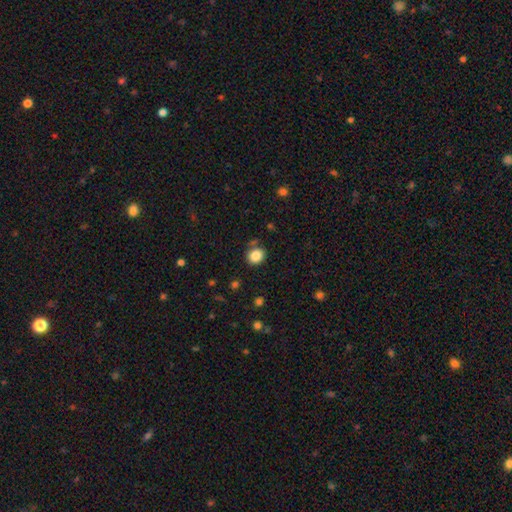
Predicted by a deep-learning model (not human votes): The model was most divided on "how rounded": round: 73%, in between: 26%, cigar-shaped: 1%. More confident: smooth or featured — smooth (85%); merging — none (79%).